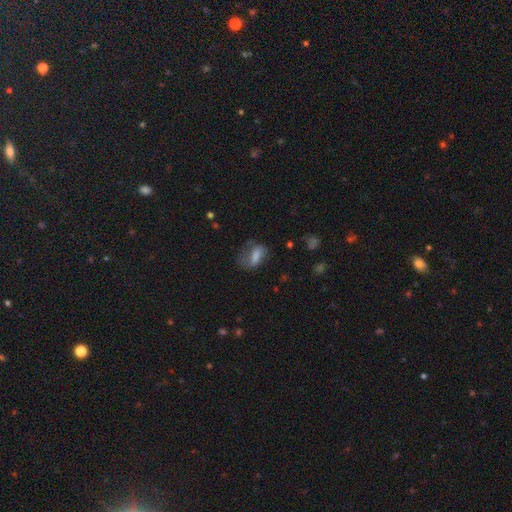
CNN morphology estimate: A smooth galaxy with no disk features (58%) that is in between round and cigar-shaped (80%).

Vote fractions:
- Smooth or featured? smooth: 58% / featured or disk: 29% / star or artifact: 13%
- How rounded? in between: 80% / round: 10% / cigar-shaped: 10%
- Merging? none: 45% / minor disturbance: 26% / major disturbance: 26% / merger: 2%